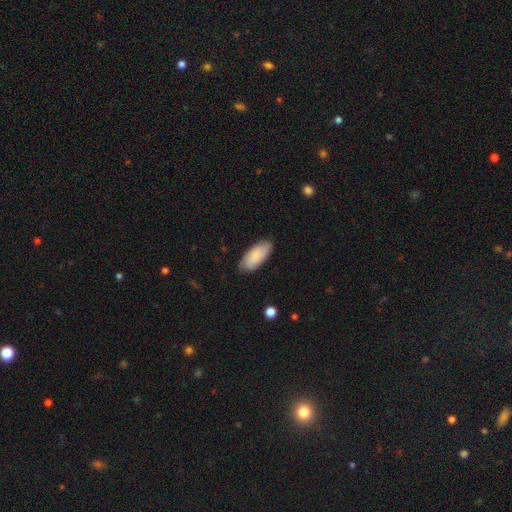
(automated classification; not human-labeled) Morphology: type=smooth (79%); roundness=in between (88%); merging=none (81%).